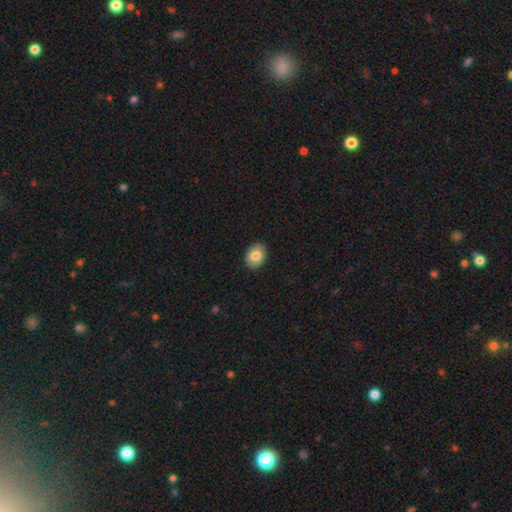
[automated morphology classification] smooth_or_featured: smooth (p=0.80) [alt: featured or disk p=0.12]
how_rounded: in between (p=0.60) [alt: round p=0.39]
merging: none (p=0.90) [alt: minor disturbance p=0.07]